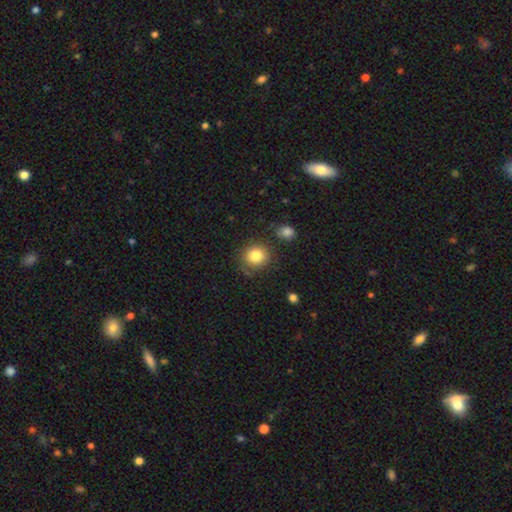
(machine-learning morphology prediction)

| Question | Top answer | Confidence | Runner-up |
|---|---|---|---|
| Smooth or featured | smooth | 83% | star or artifact (10%) |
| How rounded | round | 86% | in between (13%) |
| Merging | none | 81% | minor disturbance (11%) |